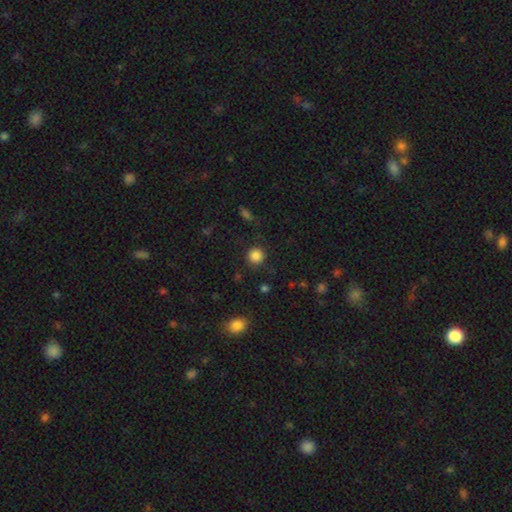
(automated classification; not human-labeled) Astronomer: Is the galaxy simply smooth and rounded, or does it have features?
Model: smooth — 85%.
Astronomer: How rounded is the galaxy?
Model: round — 93%.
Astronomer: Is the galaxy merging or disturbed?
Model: none — 88%.